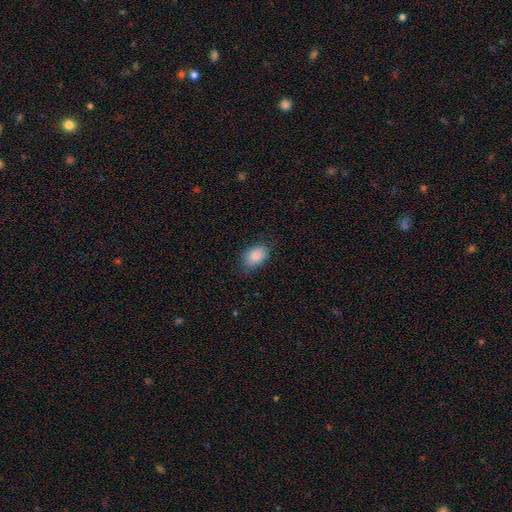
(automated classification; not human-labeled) Smooth or featured: smooth — 86% (star or artifact — 8%)
How rounded: in between — 84% (round — 14%)
Merging: none — 80% (minor disturbance — 16%)